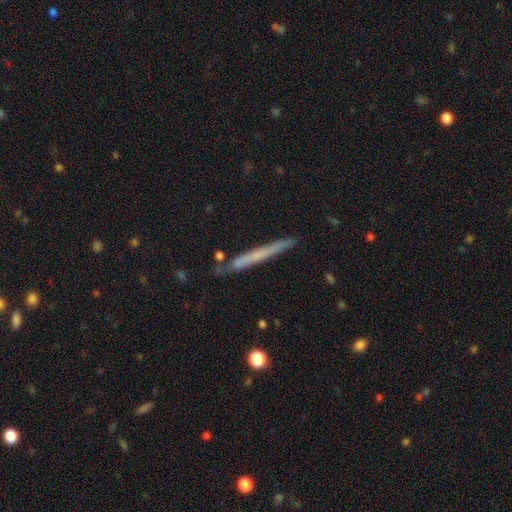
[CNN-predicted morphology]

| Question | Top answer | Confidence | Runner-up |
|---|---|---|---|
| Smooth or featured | smooth | 50% | featured or disk (42%) |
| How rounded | cigar-shaped | 97% | in between (2%) |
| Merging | none | 84% | minor disturbance (11%) |